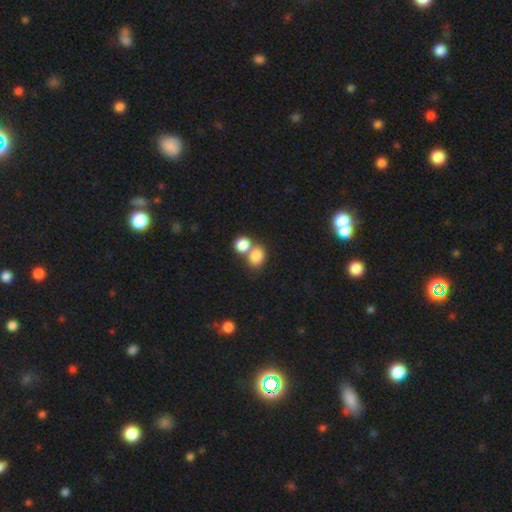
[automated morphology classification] This appears to be a smooth galaxy with no disk features (83%) that is round (60%). Merging: merger (49%).